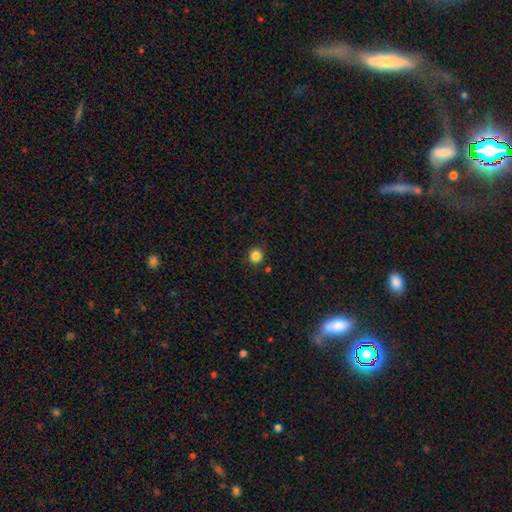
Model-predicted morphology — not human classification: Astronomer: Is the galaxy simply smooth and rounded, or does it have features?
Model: smooth — 85%.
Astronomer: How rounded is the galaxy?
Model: round — 93%.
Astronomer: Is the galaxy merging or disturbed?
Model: none — 90%.